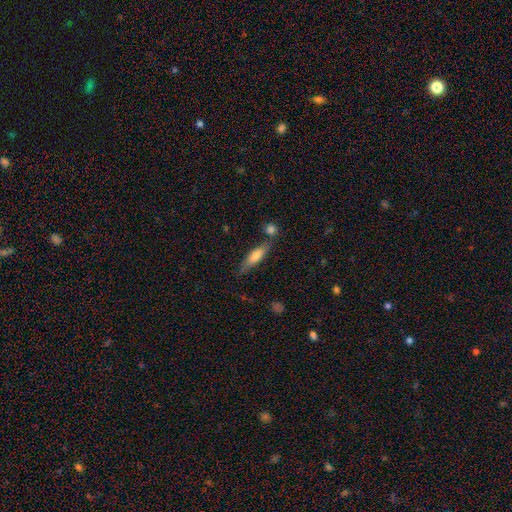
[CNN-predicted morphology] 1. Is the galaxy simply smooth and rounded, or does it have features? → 63% smooth, 31% featured or disk, 7% star or artifact.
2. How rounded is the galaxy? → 66% cigar-shaped, 32% in between, 2% round.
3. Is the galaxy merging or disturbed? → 69% none, 15% minor disturbance, 12% merger, 4% major disturbance.